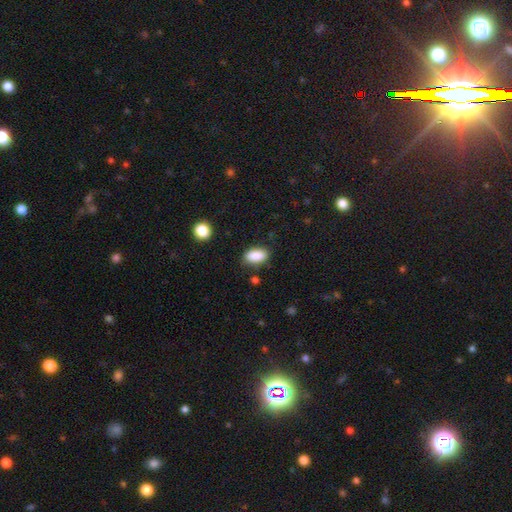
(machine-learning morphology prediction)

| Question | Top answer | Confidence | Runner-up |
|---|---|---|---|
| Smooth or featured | smooth | 88% | star or artifact (8%) |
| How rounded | in between | 91% | round (6%) |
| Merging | none | 81% | minor disturbance (14%) |